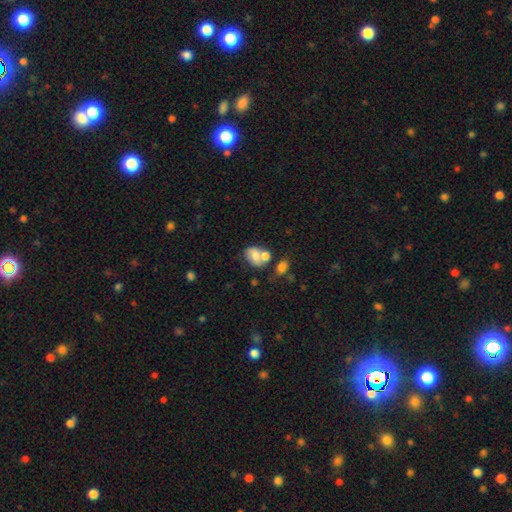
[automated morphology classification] Smooth or featured?
  - smooth: 64% *
  - featured or disk: 26%
  - star or artifact: 9%
How rounded?
  - in between: 70% *
  - round: 29%
  - cigar-shaped: 1%
Merging?
  - merger: 47% *
  - none: 29%
  - minor disturbance: 15%
  - major disturbance: 8%